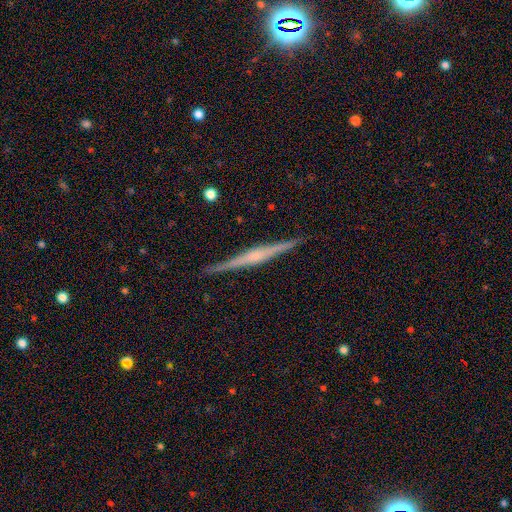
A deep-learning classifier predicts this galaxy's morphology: smooth-or-featured: featured or disk: 79% | smooth: 15% | star or artifact: 6%
  disk-edge-on: yes: 98% | no: 2%
    edge-on-bulge: rounded: 57% | boxy: 24% | none: 19%
  merging: none: 91% | minor disturbance: 6% | major disturbance: 1% | merger: 1%